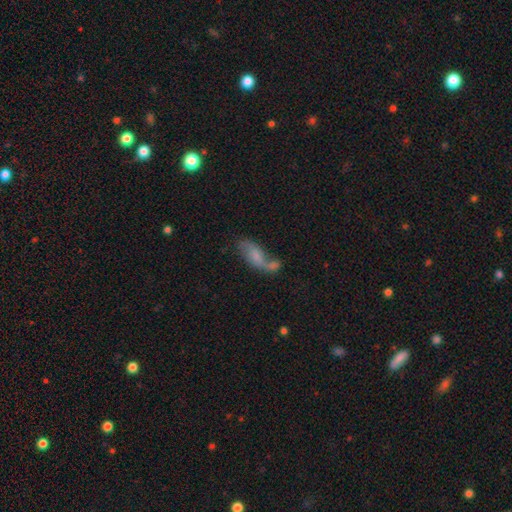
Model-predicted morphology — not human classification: Q: Smooth or featured?
A: featured or disk (48%); runner-up: smooth (42%)
Q: Merging?
A: merger (42%); runner-up: none (28%)